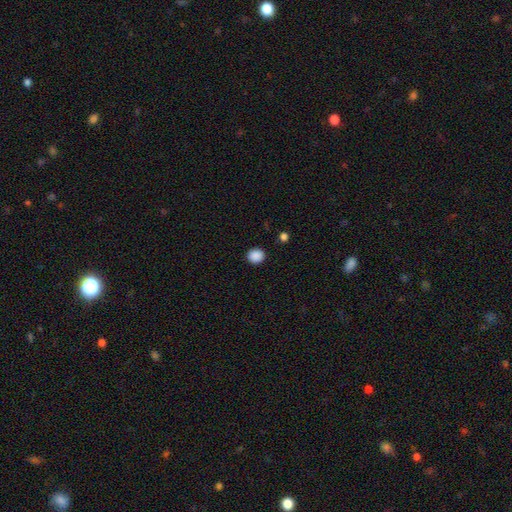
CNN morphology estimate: smooth-or-featured: smooth: 88% | star or artifact: 9% | featured or disk: 2%
  how-rounded: round: 81% | in between: 18% | cigar-shaped: 1%
  merging: none: 90% | minor disturbance: 6% | major disturbance: 2% | merger: 1%